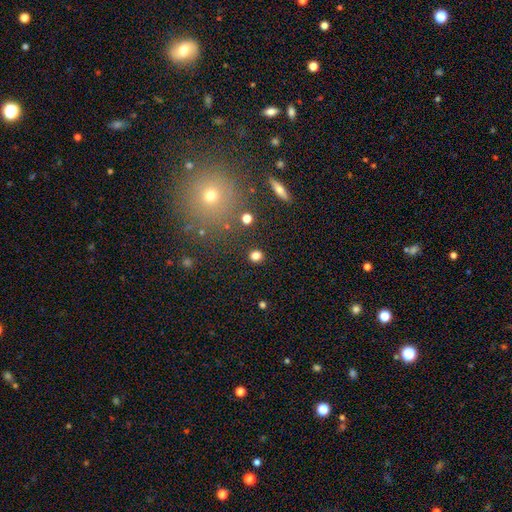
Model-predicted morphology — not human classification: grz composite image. It shows a smooth galaxy with no disk features (80%) that is round (88%). Merging: none (89%).